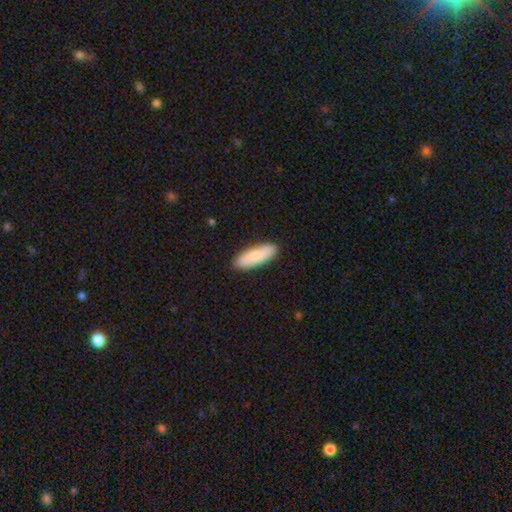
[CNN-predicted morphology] This appears to be a smooth galaxy with no disk features (82%) that is in between round and cigar-shaped (53%). Merging: none (88%).